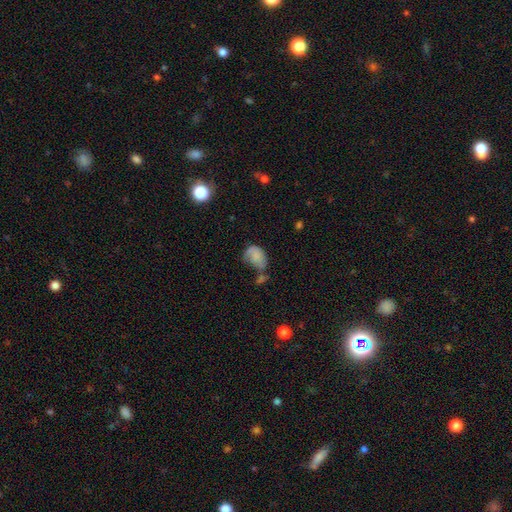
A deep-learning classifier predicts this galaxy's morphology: smooth 68%, featured or disk 22%, star or artifact 10%. Down the decision tree: how rounded — in between (75%); merging — minor disturbance (28%, tied with none).